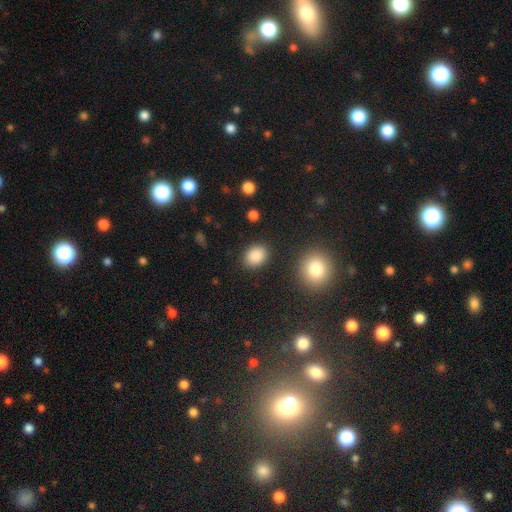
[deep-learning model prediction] Smooth or featured?
  - smooth: 87% *
  - star or artifact: 9%
  - featured or disk: 4%
How rounded?
  - in between: 55% *
  - round: 44%
  - cigar-shaped: 1%
Merging?
  - none: 86% *
  - minor disturbance: 8%
  - major disturbance: 3%
  - merger: 2%